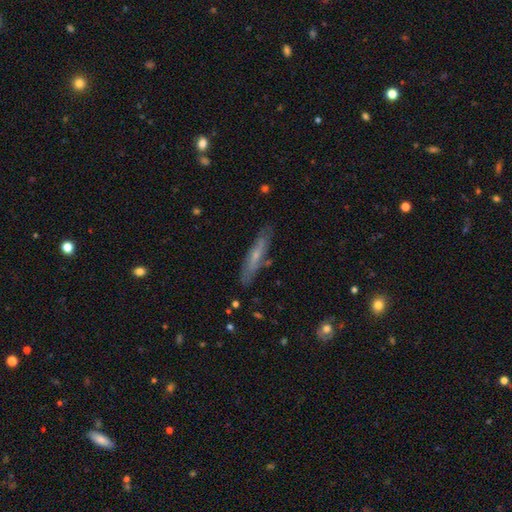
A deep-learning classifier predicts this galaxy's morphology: A smooth galaxy with no disk features (47%).

Vote fractions:
- Smooth or featured? smooth: 47% / featured or disk: 46% / star or artifact: 7%
- Merging? none: 81% / minor disturbance: 14% / major disturbance: 3% / merger: 2%